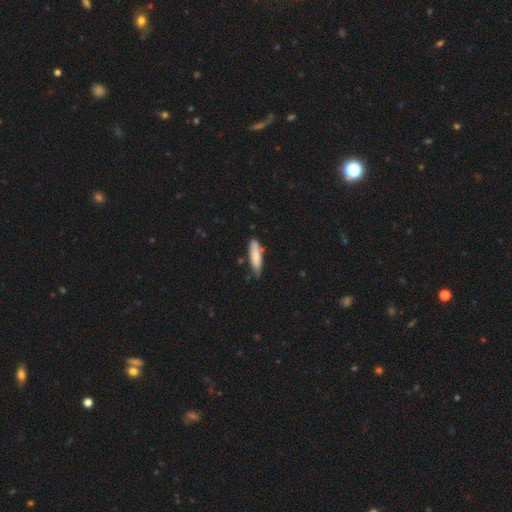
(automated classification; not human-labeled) Smooth or featured? Predicted: smooth (p=0.80). How rounded? Predicted: cigar-shaped (p=0.68). Merging? Predicted: none (p=0.67).